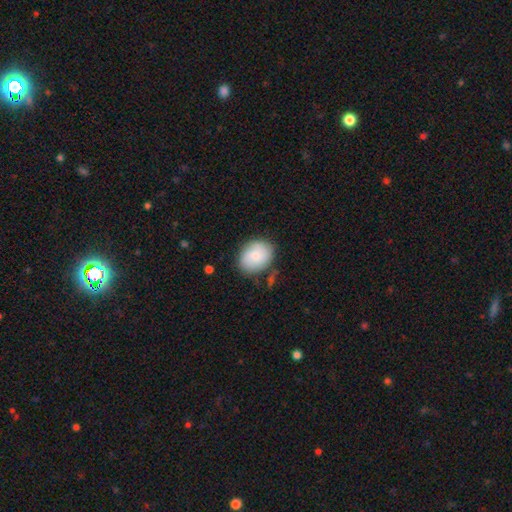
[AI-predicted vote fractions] smooth_or_featured: smooth (p=0.76) [alt: featured or disk p=0.18]
how_rounded: in between (p=0.54) [alt: round p=0.45]
merging: none (p=0.75) [alt: minor disturbance p=0.17]